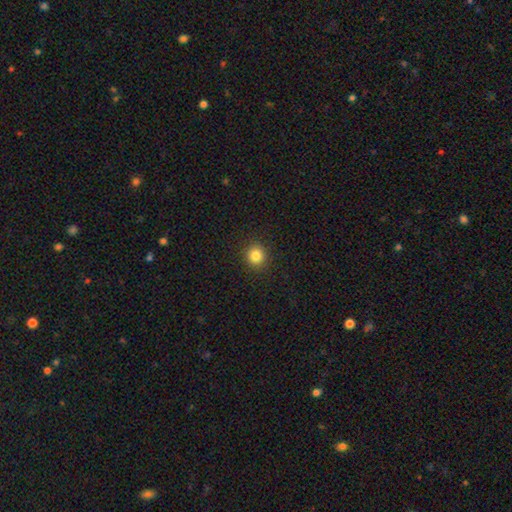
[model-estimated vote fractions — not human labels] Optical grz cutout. It shows a smooth galaxy with no disk features (84%) that is round (92%). Merging: none (91%).